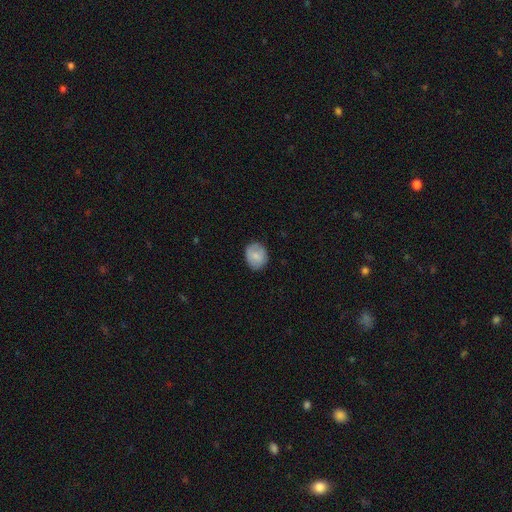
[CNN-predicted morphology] smooth_or_featured: smooth (p=0.78) [alt: featured or disk p=0.15]
how_rounded: round (p=0.60) [alt: in between p=0.39]
merging: none (p=0.84) [alt: minor disturbance p=0.13]